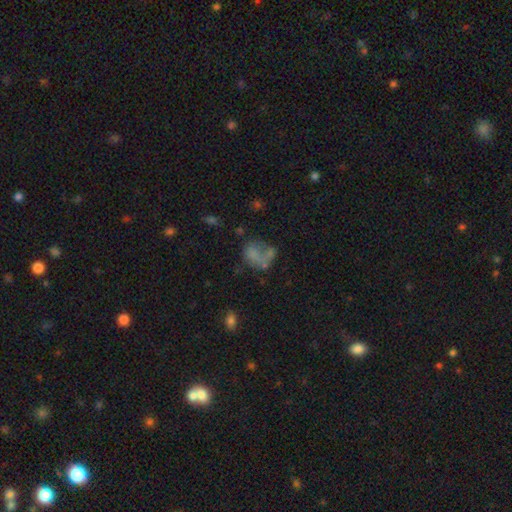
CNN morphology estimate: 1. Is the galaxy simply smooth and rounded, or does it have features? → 55% smooth, 29% featured or disk, 16% star or artifact.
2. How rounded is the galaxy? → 60% in between, 38% round, 2% cigar-shaped.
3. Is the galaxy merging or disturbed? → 30% major disturbance, 29% none, 24% merger, 17% minor disturbance.